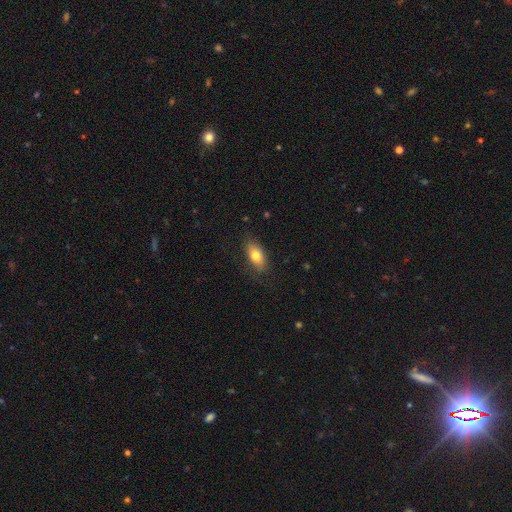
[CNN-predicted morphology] A smooth galaxy with no disk features (77%) that is in between round and cigar-shaped (88%). Merging: none (77%).